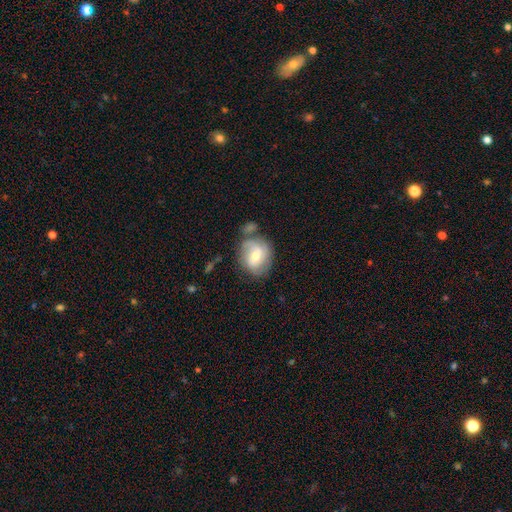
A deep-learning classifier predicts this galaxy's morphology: Q: Smooth or featured?
A: featured or disk (49%); runner-up: smooth (44%)
Q: Merging?
A: none (55%); runner-up: minor disturbance (21%)